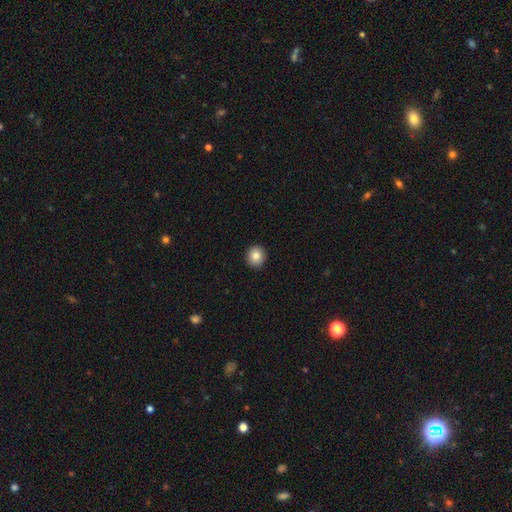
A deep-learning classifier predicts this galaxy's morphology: smooth 84%, star or artifact 9%, featured or disk 7%. Down the decision tree: how rounded — round (90%); merging — none (92%).